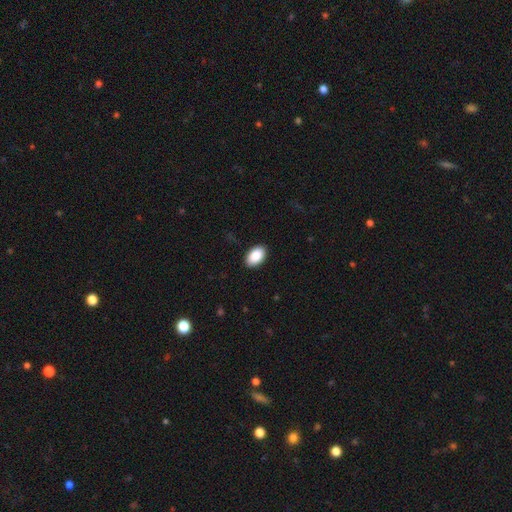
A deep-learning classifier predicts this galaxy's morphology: Smooth or featured: smooth — 90% (star or artifact — 6%)
How rounded: in between — 92% (round — 6%)
Merging: none — 90% (minor disturbance — 7%)